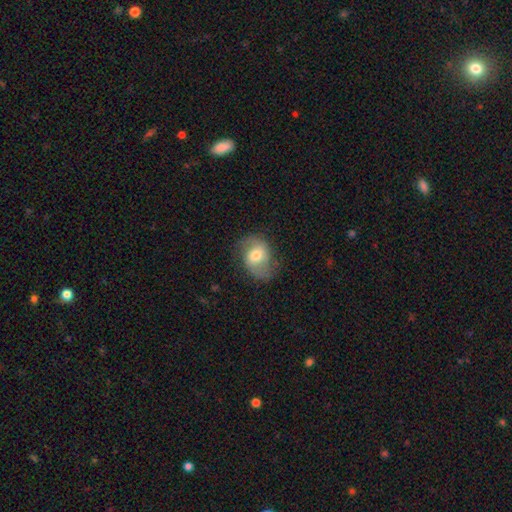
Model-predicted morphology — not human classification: This appears to be a featured or disk galaxy (52%) with no bar (51%), spiral arms (81%) and a moderate central bulge (67%). Merging: none (65%).